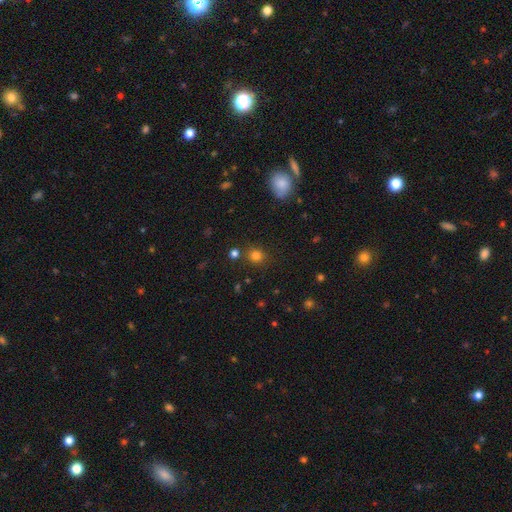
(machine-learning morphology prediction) This appears to be a smooth galaxy with no disk features (78%) that is round (84%). Merging: none (80%).